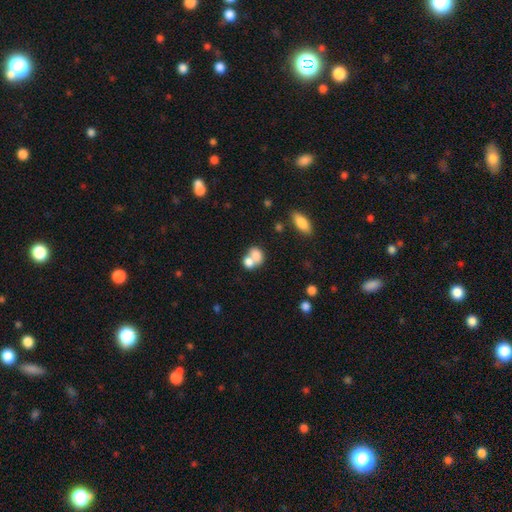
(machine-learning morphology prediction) Smooth or featured?
  - smooth: 75% *
  - featured or disk: 15%
  - star or artifact: 10%
How rounded?
  - in between: 62% *
  - round: 36%
  - cigar-shaped: 2%
Merging?
  - merger: 61% *
  - none: 26%
  - minor disturbance: 8%
  - major disturbance: 5%